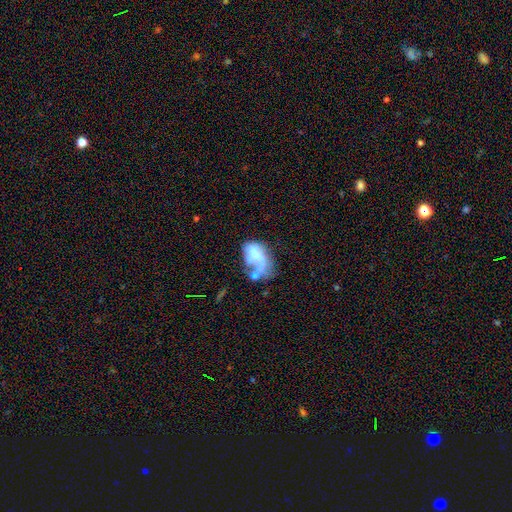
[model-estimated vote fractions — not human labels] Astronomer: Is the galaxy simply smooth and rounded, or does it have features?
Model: featured or disk — 50% (runner-up: smooth, 40%).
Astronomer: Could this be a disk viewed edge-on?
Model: no — 96%.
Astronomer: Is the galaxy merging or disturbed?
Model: major disturbance — 39% (runner-up: merger, 25%).